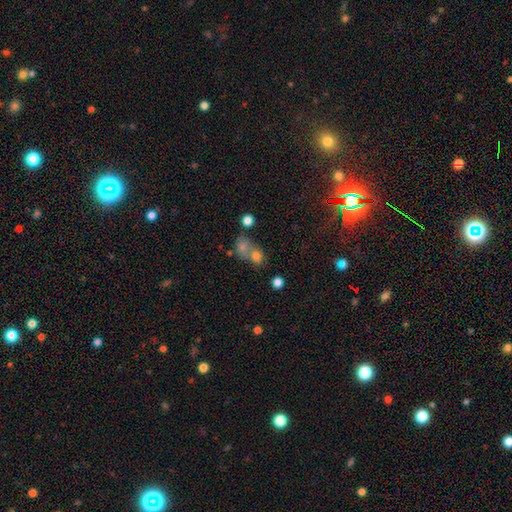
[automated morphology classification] Smooth or featured? Predicted: star or artifact (p=0.47).